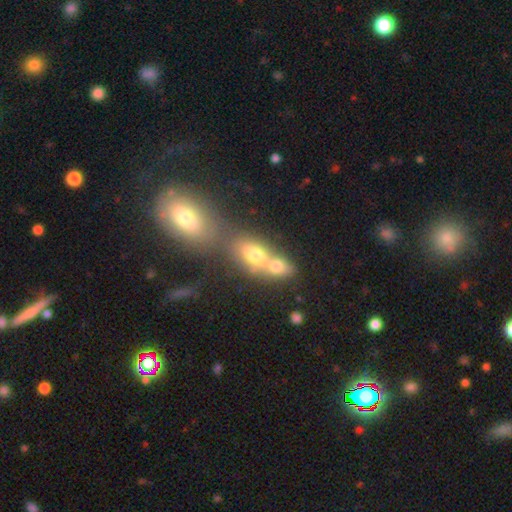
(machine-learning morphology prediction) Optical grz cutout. It shows a smooth galaxy with no disk features (66%) that is in between round and cigar-shaped (66%). Merging: merger (62%).